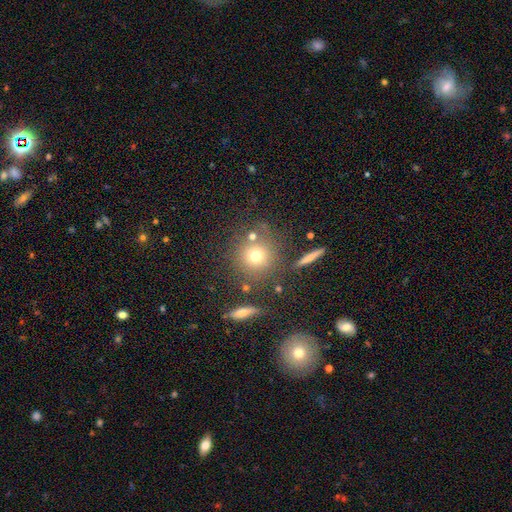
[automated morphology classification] The model was most divided on "smooth or featured": smooth: 70%, star or artifact: 17%, featured or disk: 14%. More confident: how rounded — round (89%); merging — none (74%).